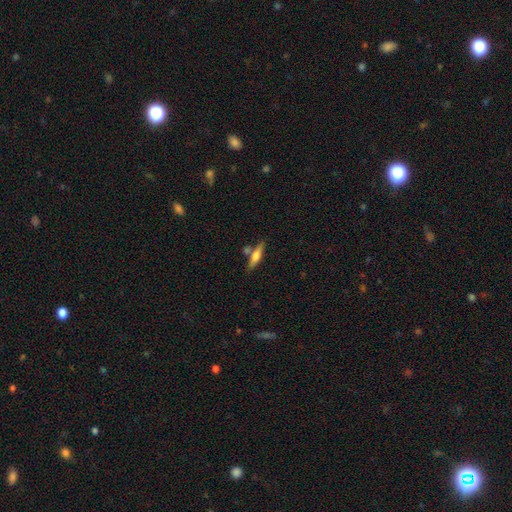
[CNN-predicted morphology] Q: Smooth or featured?
A: featured or disk (48%); runner-up: smooth (45%)
Q: Merging?
A: none (72%); runner-up: merger (13%)